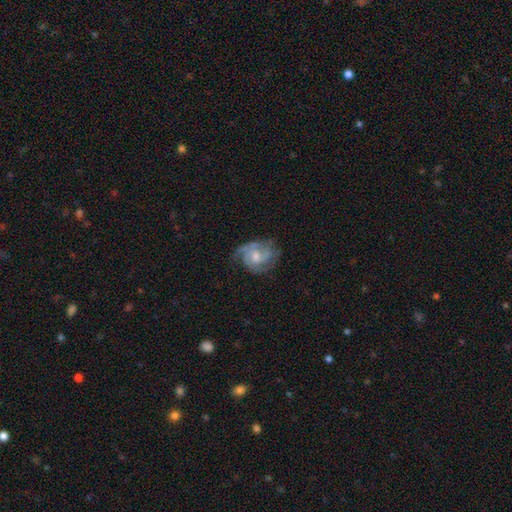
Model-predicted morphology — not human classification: Overall: featured or disk (80%). Edge-on disk: no (98%). Bar: no (66%; weak 30%). Spiral arms: yes (94%). Spiral arm count: 2 (37%; 3 28%). Spiral winding: tight (44%; medium 43%). Bulge size: moderate (56%; small 36%). Merging: none (60%; minor disturbance 24%).